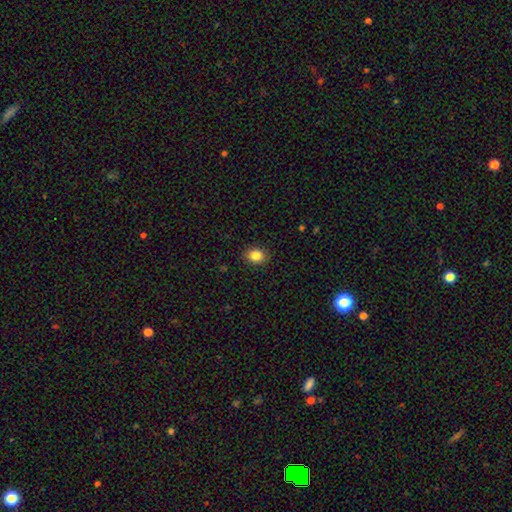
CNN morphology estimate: Smooth or featured? Predicted: smooth (p=0.85). How rounded? Predicted: round (p=0.57). Merging? Predicted: none (p=0.90).